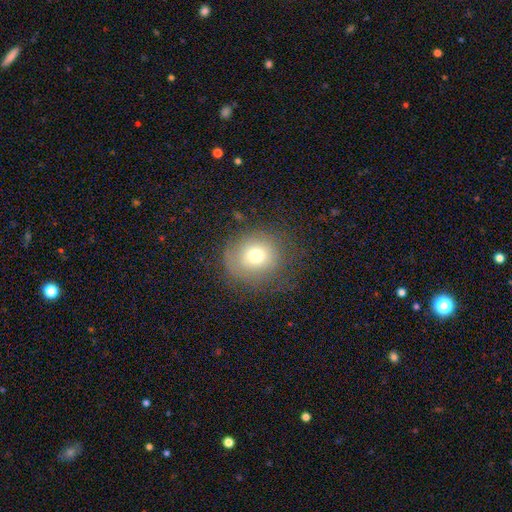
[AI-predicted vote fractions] A smooth galaxy with no disk features (70%) that is round (84%).

Vote fractions:
- Smooth or featured? smooth: 70% / featured or disk: 16% / star or artifact: 13%
- How rounded? round: 84% / in between: 15% / cigar-shaped: 1%
- Merging? none: 69% / minor disturbance: 18% / major disturbance: 11% / merger: 1%